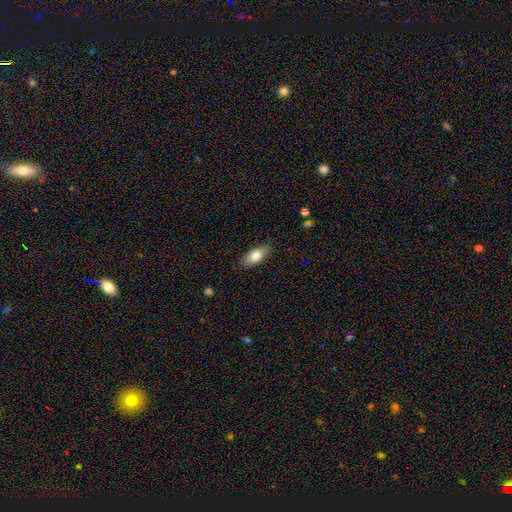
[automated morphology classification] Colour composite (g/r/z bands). It shows a smooth galaxy with no disk features (78%) that is in between round and cigar-shaped (83%). Merging: none (85%).